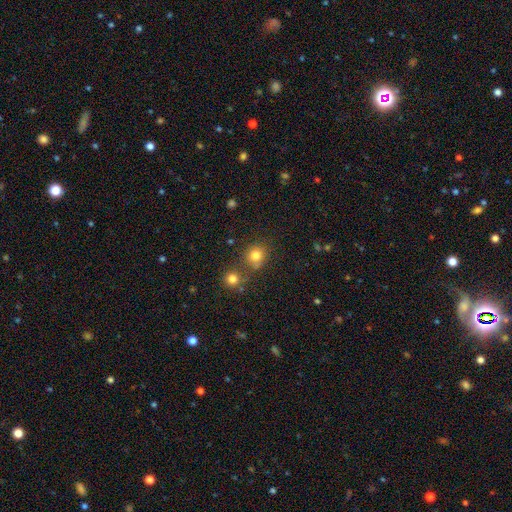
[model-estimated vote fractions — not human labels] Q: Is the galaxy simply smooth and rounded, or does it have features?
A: smooth — 79%.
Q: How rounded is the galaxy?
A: round — 82%.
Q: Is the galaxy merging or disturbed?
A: none — 65%.